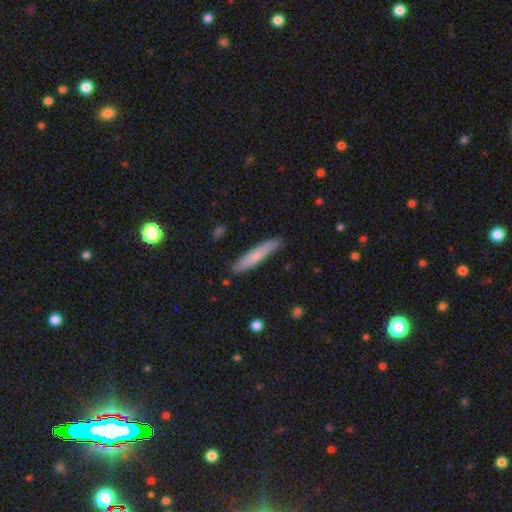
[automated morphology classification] A smooth galaxy with no disk features (68%) that is cigar-shaped (92%).

Vote fractions:
- Smooth or featured? smooth: 68% / featured or disk: 26% / star or artifact: 6%
- How rounded? cigar-shaped: 92% / in between: 7% / round: 1%
- Merging? none: 86% / minor disturbance: 11% / major disturbance: 2% / merger: 1%